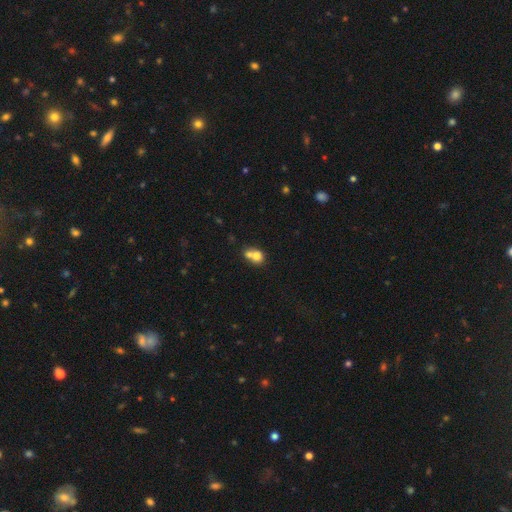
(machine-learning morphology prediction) This appears to be a smooth galaxy with no disk features (73%) that is round (65%). Merging: merger (62%).